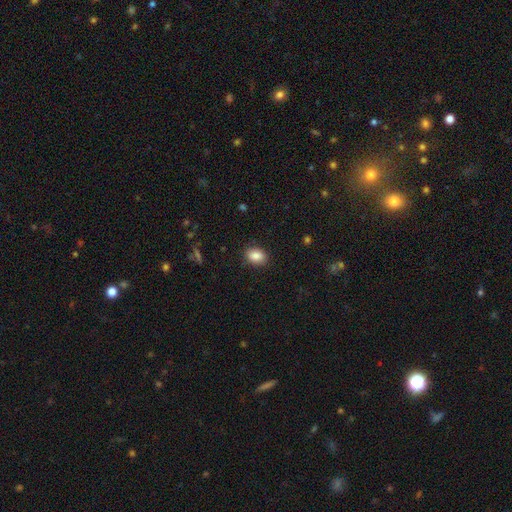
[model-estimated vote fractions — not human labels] Smooth or featured? smooth (87%)
How rounded? in between (79%)
Merging? none (88%)